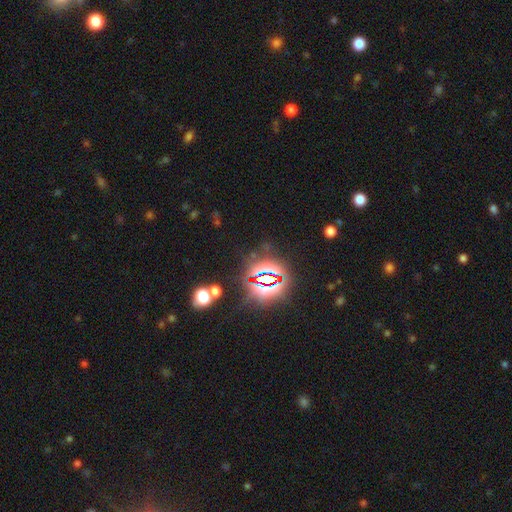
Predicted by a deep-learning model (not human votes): A star or artifact, not a galaxy (80%).

Vote fractions:
- Smooth or featured? star or artifact: 80% / smooth: 12% / featured or disk: 8%